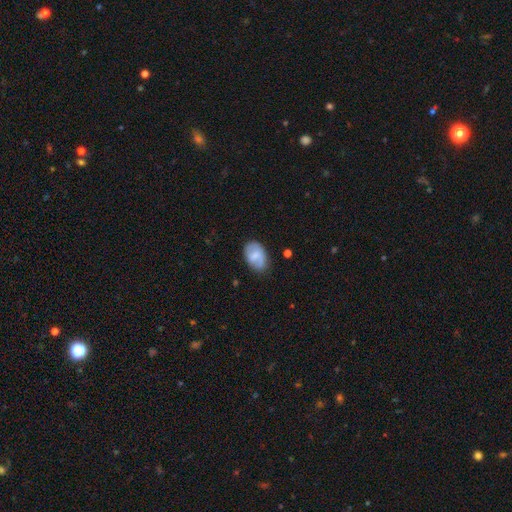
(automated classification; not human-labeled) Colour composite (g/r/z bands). It shows a smooth galaxy with no disk features (59%) that is in between round and cigar-shaped (88%). Merging: none (68%).